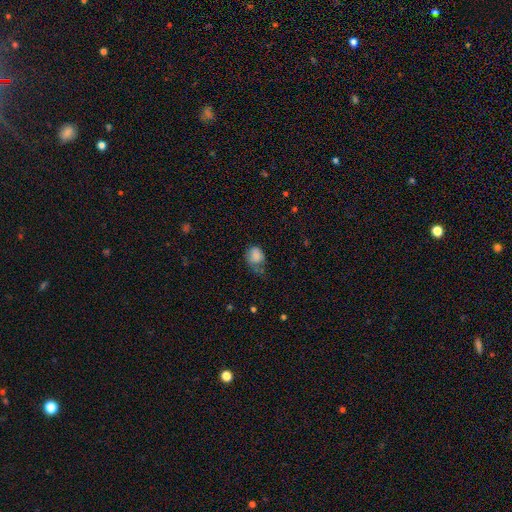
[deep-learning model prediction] Smooth or featured? smooth (80%)
How rounded? in between (52%)
Merging? minor disturbance (35%)